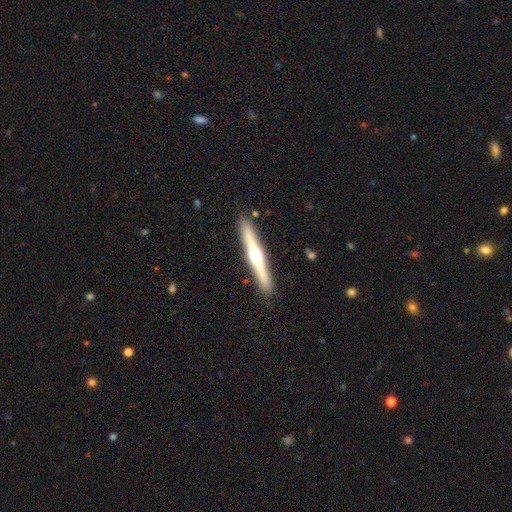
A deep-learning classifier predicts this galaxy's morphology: Overall: featured or disk (70%). Edge-on disk: yes (97%). Edge-on bulge: rounded (93%). Merging: none (90%).